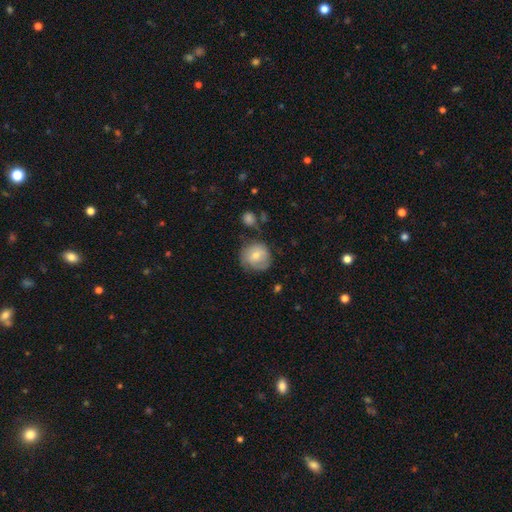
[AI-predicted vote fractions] Smooth or featured? Predicted: smooth (p=0.60). How rounded? Predicted: round (p=0.87). Merging? Predicted: none (p=0.65).